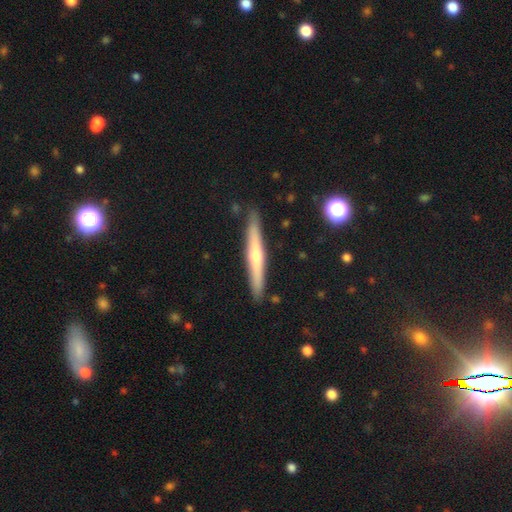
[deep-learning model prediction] This is possibly a featured or disk galaxy (57%). It is clearly viewed edge-on (96%). Edge-on bulge: likely rounded (77%). Merging: clearly none (89%).